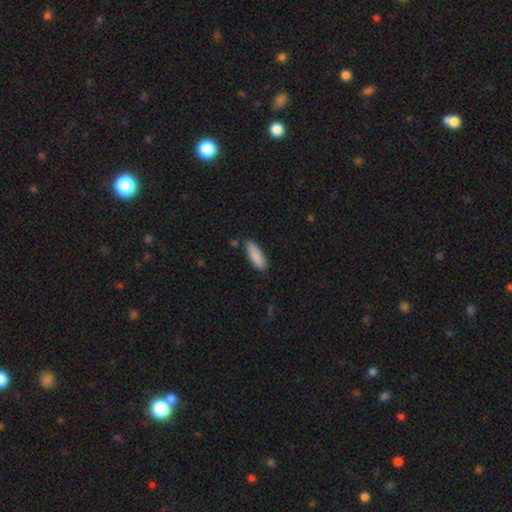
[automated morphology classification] A smooth galaxy with no disk features (89%) that is in between round and cigar-shaped (58%). Merging: none (81%).